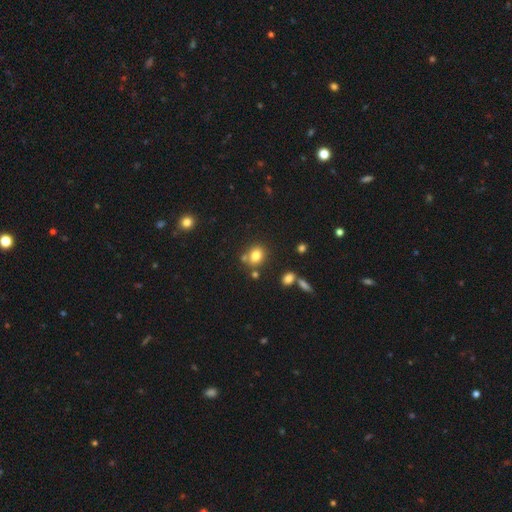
This is clearly a smooth galaxy (85%). How rounded: possibly in between (52%). Merging: possibly none (53%).